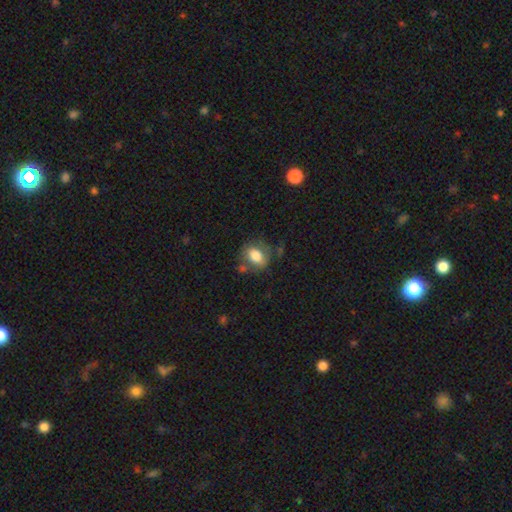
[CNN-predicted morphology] smooth_or_featured: smooth (p=0.76) [alt: featured or disk p=0.16]
how_rounded: in between (p=0.65) [alt: round p=0.34]
merging: none (p=0.62) [alt: minor disturbance p=0.22]